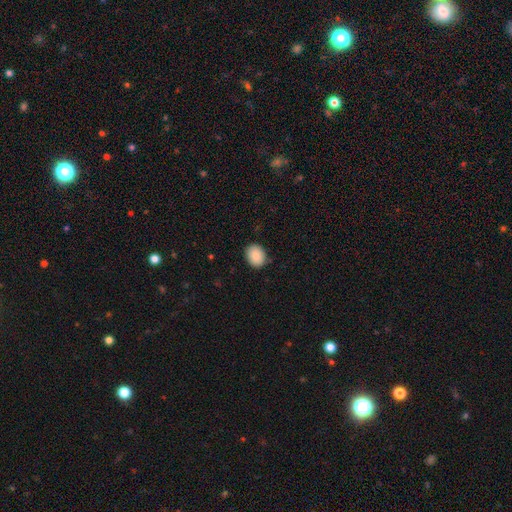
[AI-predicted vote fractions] This appears to be a smooth galaxy with no disk features (89%) that is in between round and cigar-shaped (53%). Merging: none (86%).